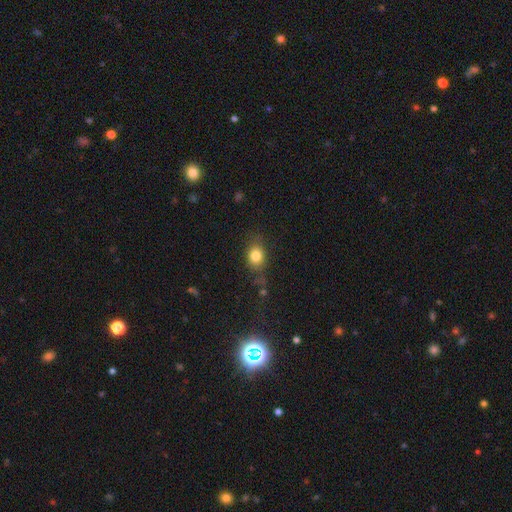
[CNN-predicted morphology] This appears to be a smooth galaxy with no disk features (81%) that is round (53%). Merging: none (71%).